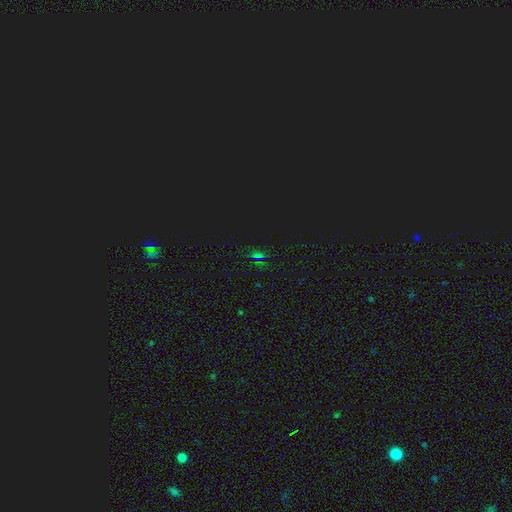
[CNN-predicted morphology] Smooth or featured? star or artifact (68%)